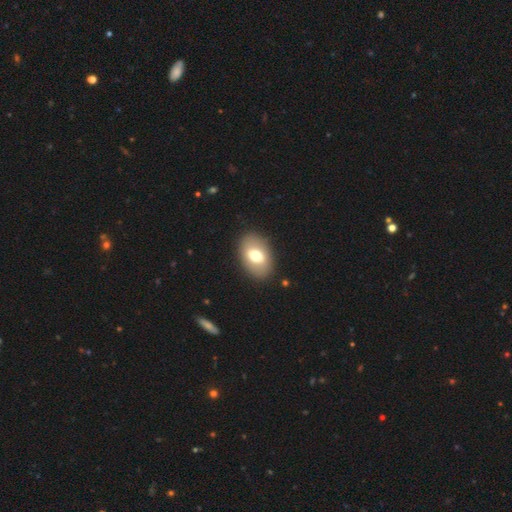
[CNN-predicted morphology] Smooth or featured? smooth (68%)
How rounded? in between (85%)
Merging? none (88%)